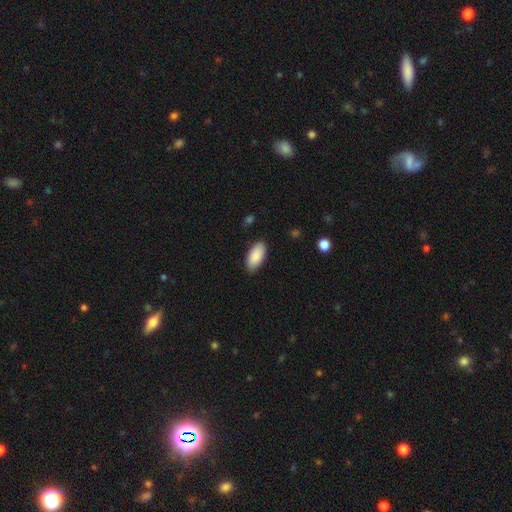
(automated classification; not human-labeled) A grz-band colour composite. It shows a smooth galaxy with no disk features (89%) that is in between round and cigar-shaped (94%). Merging: none (85%).